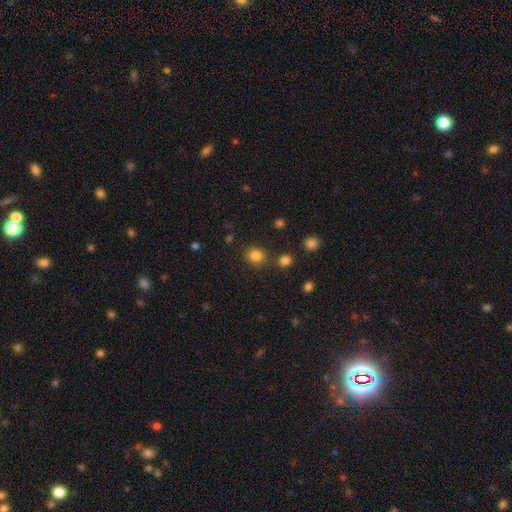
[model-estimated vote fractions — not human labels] A smooth galaxy with no disk features (83%) that is round (83%).

Vote fractions:
- Smooth or featured? smooth: 83% / star or artifact: 13% / featured or disk: 4%
- How rounded? round: 83% / in between: 16% / cigar-shaped: 1%
- Merging? none: 80% / minor disturbance: 9% / merger: 8% / major disturbance: 3%